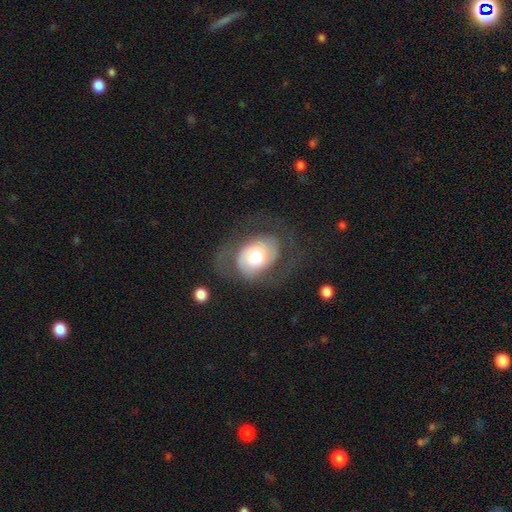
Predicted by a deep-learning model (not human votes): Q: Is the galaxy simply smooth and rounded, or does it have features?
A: featured or disk — 53%.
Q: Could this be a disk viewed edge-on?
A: no — 95%.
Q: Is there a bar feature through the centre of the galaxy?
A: no — 74%.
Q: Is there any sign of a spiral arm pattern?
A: yes — 69%.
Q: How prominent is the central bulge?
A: moderate — 59%.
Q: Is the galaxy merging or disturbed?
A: none — 56%.